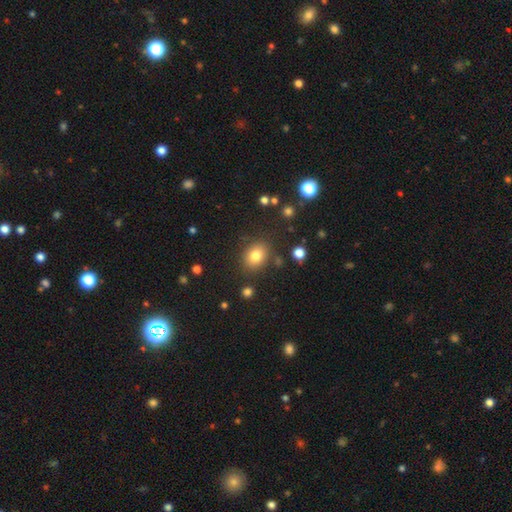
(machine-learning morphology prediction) Smooth or featured?
  - smooth: 80% *
  - star or artifact: 12%
  - featured or disk: 8%
How rounded?
  - in between: 52% *
  - round: 47%
  - cigar-shaped: 1%
Merging?
  - none: 82% *
  - minor disturbance: 11%
  - merger: 4%
  - major disturbance: 4%